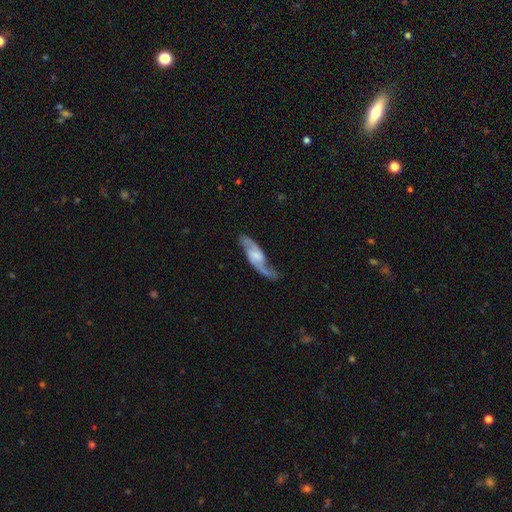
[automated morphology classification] Smooth or featured: featured or disk — 84% (smooth — 11%)
Edge-on disk: no — 91% (yes — 9%)
Bar: weak — 48% (no — 32%)
Spiral arms: yes — 96% (no — 4%)
Spiral winding: loose — 47% (medium — 42%)
Spiral arm count: 2 — 91% (can't tell — 3%)
Bulge size: small — 36% (none — 29%)
Merging: none — 72% (minor disturbance — 17%)